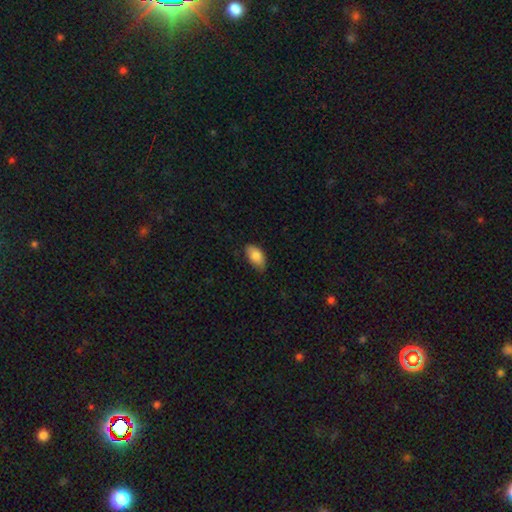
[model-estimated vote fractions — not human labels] Smooth or featured: smooth — 82% (featured or disk — 12%)
How rounded: in between — 94% (round — 4%)
Merging: none — 74% (minor disturbance — 22%)